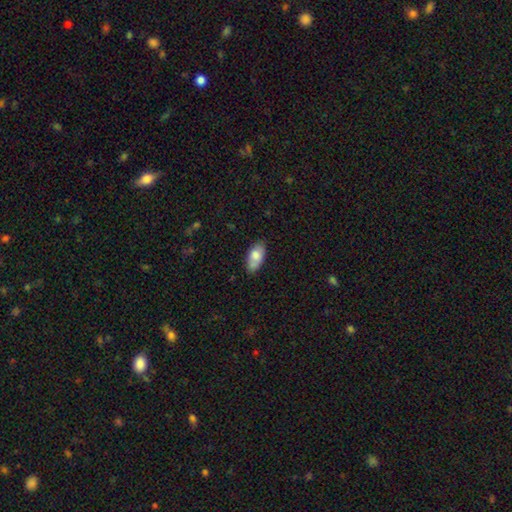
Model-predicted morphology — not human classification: smooth 79%, featured or disk 14%, star or artifact 7%. Down the decision tree: how rounded — in between (92%); merging — none (75%).